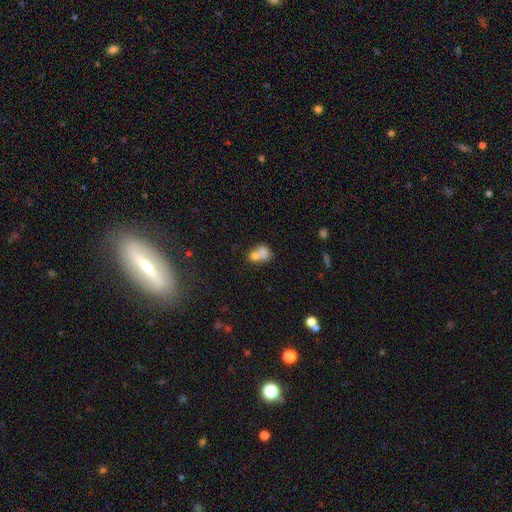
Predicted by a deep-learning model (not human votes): Smooth or featured? Predicted: smooth (p=0.71). How rounded? Predicted: in between (p=0.50). Merging? Predicted: merger (p=0.66).